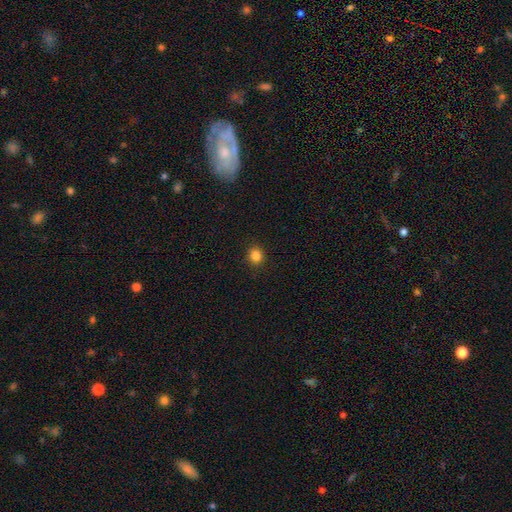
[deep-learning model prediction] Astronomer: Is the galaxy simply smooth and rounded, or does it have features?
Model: smooth — 84%.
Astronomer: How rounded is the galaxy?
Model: round — 88%.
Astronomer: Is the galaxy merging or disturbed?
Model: none — 92%.